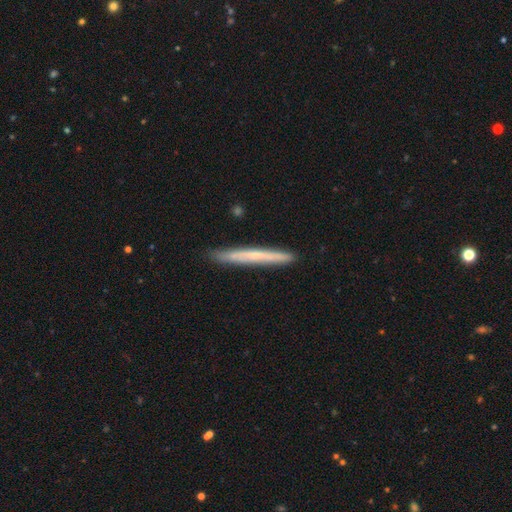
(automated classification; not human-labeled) Overall: smooth (55%; featured or disk 39%). How rounded: cigar-shaped (97%). Merging: none (90%).